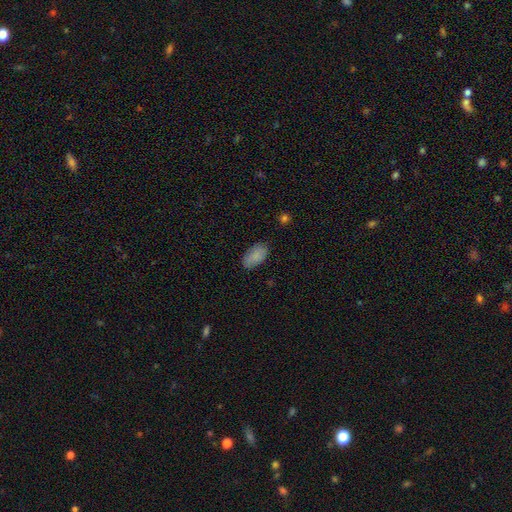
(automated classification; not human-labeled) This is clearly a smooth galaxy (87%). How rounded: clearly in between (94%). Merging: clearly none (80%).